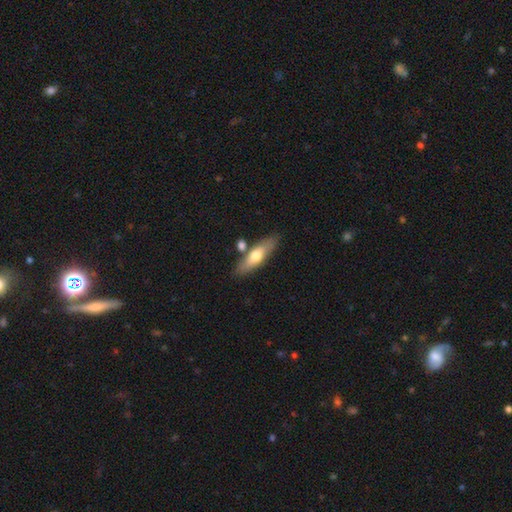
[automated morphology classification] Overall: smooth (58%; featured or disk 36%). How rounded: cigar-shaped (55%; in between 42%). Merging: none (74%).